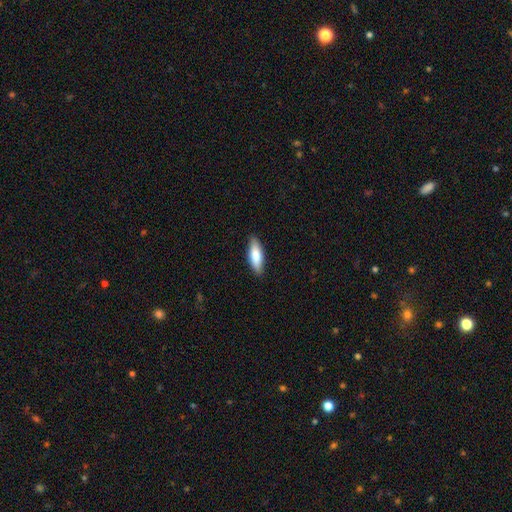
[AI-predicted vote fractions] This appears to be a smooth galaxy with no disk features (80%) that is in between round and cigar-shaped (57%). Merging: none (88%).